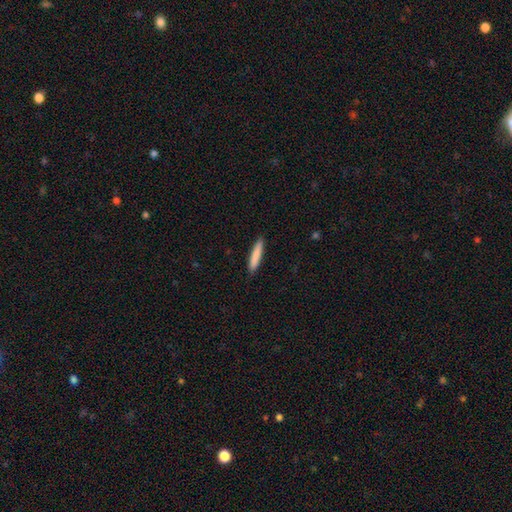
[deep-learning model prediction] A smooth galaxy with no disk features (84%) that is cigar-shaped (91%).

Vote fractions:
- Smooth or featured? smooth: 84% / featured or disk: 10% / star or artifact: 6%
- How rounded? cigar-shaped: 91% / in between: 8% / round: 1%
- Merging? none: 90% / minor disturbance: 7% / major disturbance: 2% / merger: 1%